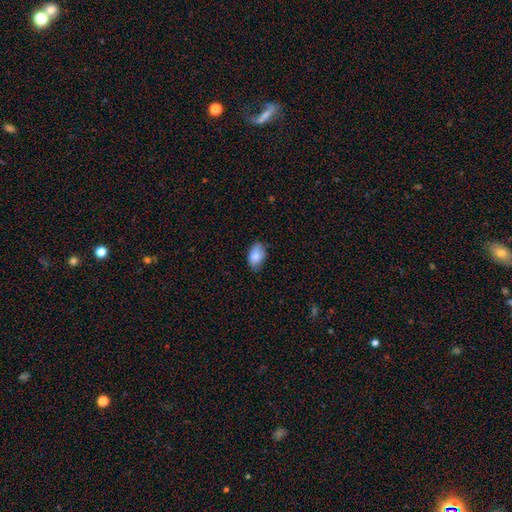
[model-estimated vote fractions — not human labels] Smooth or featured? Predicted: smooth (p=0.83). How rounded? Predicted: in between (p=0.91). Merging? Predicted: none (p=0.70).